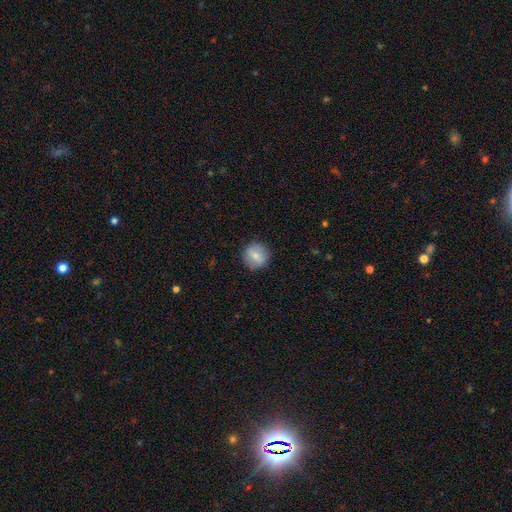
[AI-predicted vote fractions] This is likely a smooth galaxy (72%). How rounded: clearly round (91%). Merging: clearly none (88%).